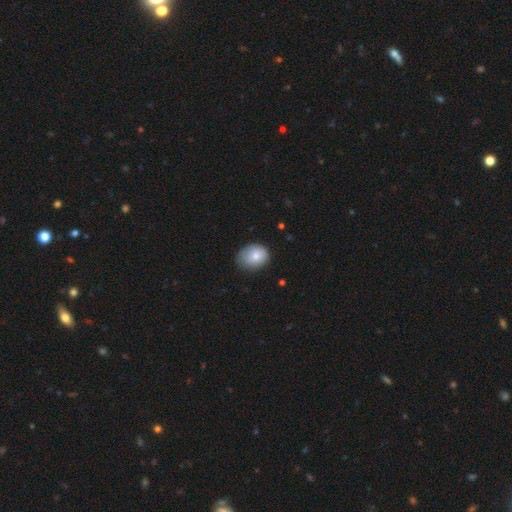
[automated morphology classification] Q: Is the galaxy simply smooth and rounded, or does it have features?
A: smooth — 79%.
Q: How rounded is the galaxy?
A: round — 52%.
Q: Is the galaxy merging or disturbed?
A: none — 66%.